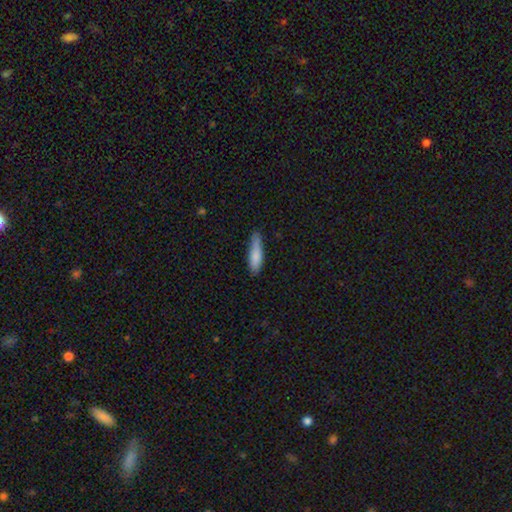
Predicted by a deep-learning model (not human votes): Morphology: type=smooth (83%); roundness=cigar-shaped (70%); merging=none (68%).